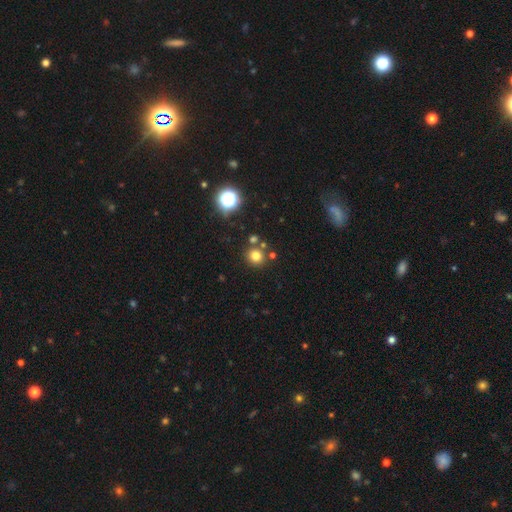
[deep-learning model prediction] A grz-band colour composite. It shows a smooth galaxy with no disk features (76%) that is round (90%). Merging: none (78%).